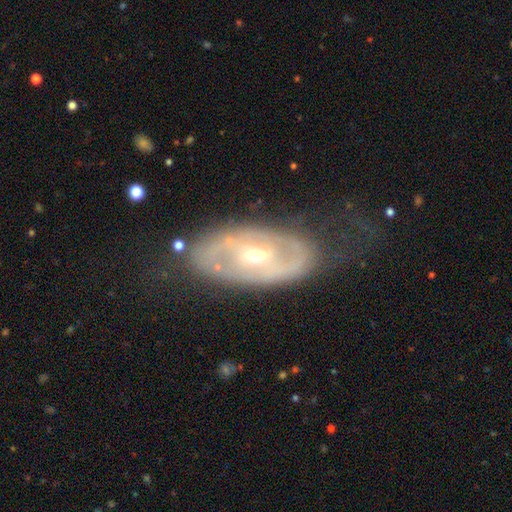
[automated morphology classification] Smooth or featured: featured or disk — 72% (smooth — 21%)
Edge-on disk: no — 91% (yes — 9%)
Bar: weak — 43% (no — 35%)
Spiral arms: yes — 51% (no — 49%)
Bulge size: moderate — 66% (small — 28%)
Merging: none — 69% (minor disturbance — 18%)